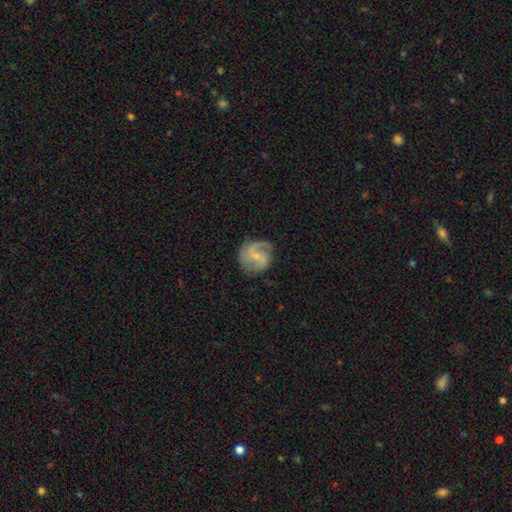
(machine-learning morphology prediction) smooth-or-featured: featured or disk: 70% | smooth: 24% | star or artifact: 7%
  disk-edge-on: no: 98% | yes: 2%
    bar: no: 50% | weak: 41% | strong: 9%
    has-spiral-arms: yes: 92% | no: 8%
      spiral-winding: medium: 47% | loose: 27% | tight: 25%
      spiral-arm-count: 2: 52% | 3: 16% | can't tell: 15% | 1: 11% | 4: 3% | more than 4: 3%
    bulge-size: small: 68% | moderate: 23% | none: 7% | large: 1% | dominant: 1%
  merging: none: 68% | minor disturbance: 21% | major disturbance: 10% | merger: 2%